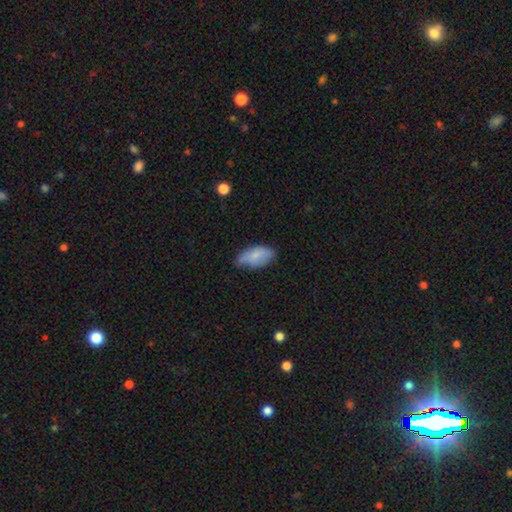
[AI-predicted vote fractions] This is likely a smooth galaxy (79%). How rounded: clearly in between (93%). Merging: likely none (61%).